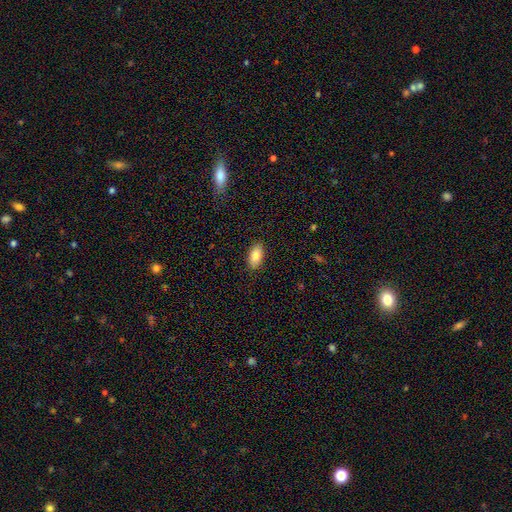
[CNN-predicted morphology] Smooth or featured? smooth (84%)
How rounded? in between (93%)
Merging? none (88%)